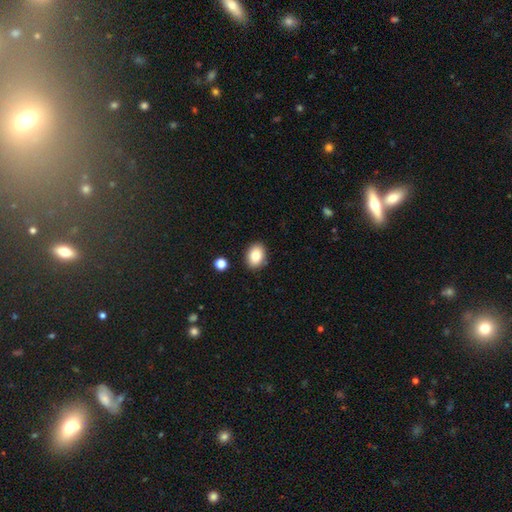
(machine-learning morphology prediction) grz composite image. It shows a smooth galaxy with no disk features (83%) that is in between round and cigar-shaped (72%). Merging: none (87%).